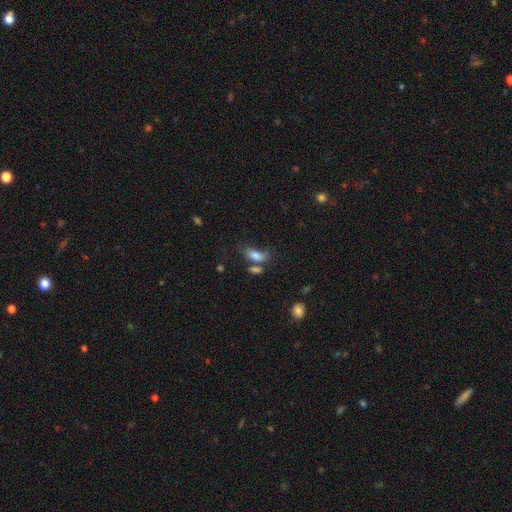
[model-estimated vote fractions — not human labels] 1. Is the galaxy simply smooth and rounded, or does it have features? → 80% smooth, 10% featured or disk, 9% star or artifact.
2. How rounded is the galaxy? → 85% in between, 10% cigar-shaped, 5% round.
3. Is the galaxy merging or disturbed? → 42% none, 25% merger, 21% minor disturbance, 12% major disturbance.